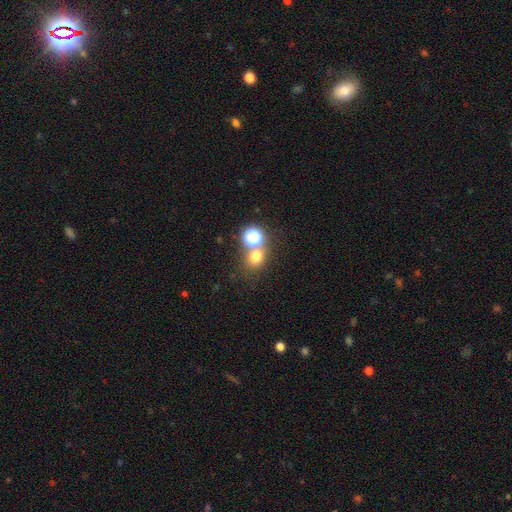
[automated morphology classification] The model was most divided on "merging": none: 60%, merger: 27%, minor disturbance: 8%, major disturbance: 4%. More confident: how rounded — round (74%); smooth or featured — smooth (69%).